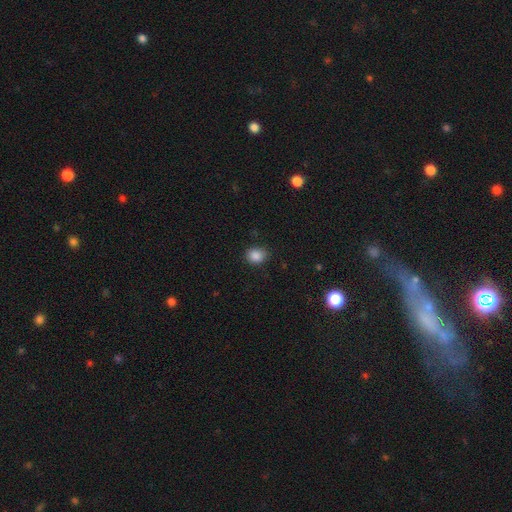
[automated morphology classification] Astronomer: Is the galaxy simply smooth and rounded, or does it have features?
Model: smooth — 87%.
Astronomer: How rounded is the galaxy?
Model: round — 57% (runner-up: in between, 42%).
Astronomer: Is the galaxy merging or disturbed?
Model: none — 83%.